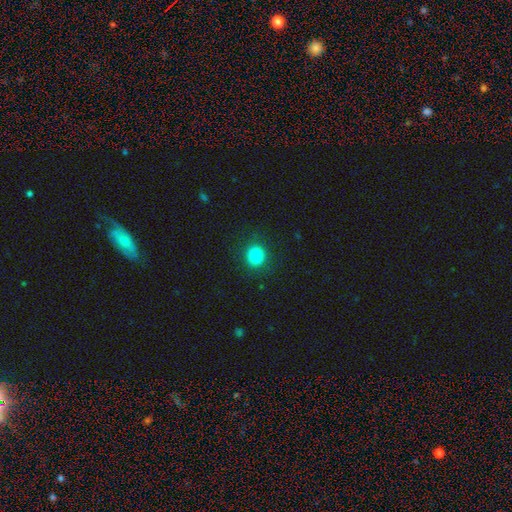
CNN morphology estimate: This appears to be a smooth galaxy with no disk features (85%) that is round (84%). Merging: none (89%).